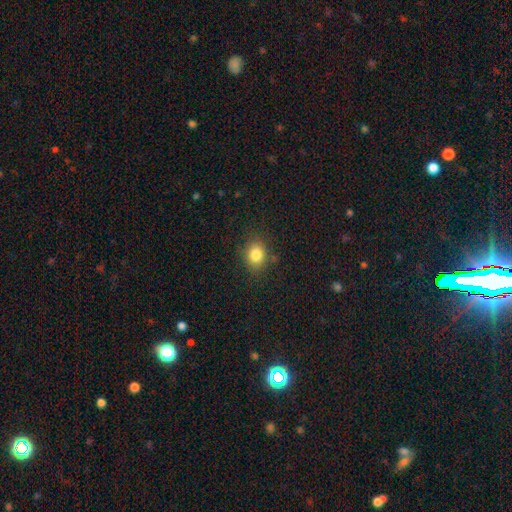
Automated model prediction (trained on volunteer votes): Smooth or featured? smooth (82%)
How rounded? round (59%)
Merging? none (83%)